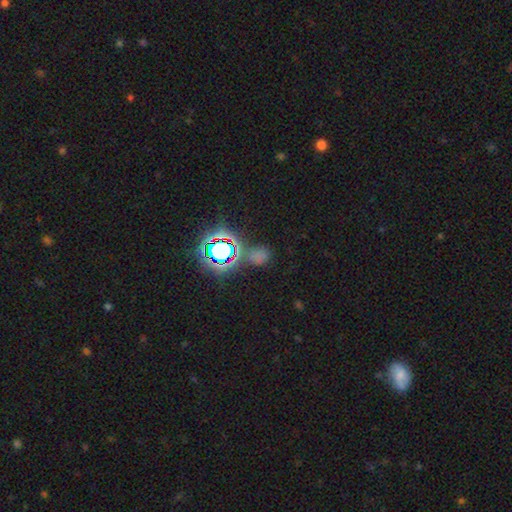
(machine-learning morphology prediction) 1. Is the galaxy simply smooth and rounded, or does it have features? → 52% star or artifact, 40% smooth, 8% featured or disk.